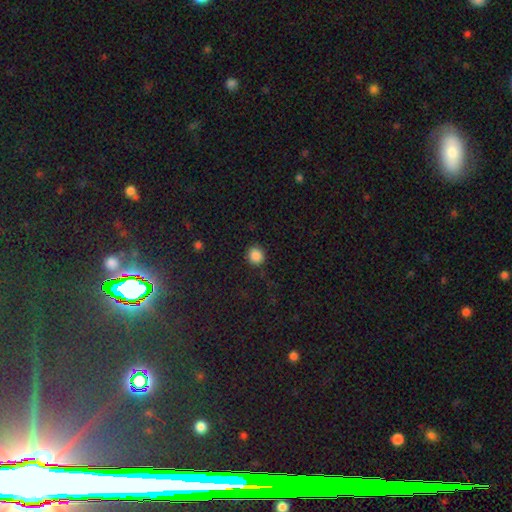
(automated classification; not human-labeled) This is clearly a smooth galaxy (86%). How rounded: clearly round (87%). Merging: clearly none (89%).